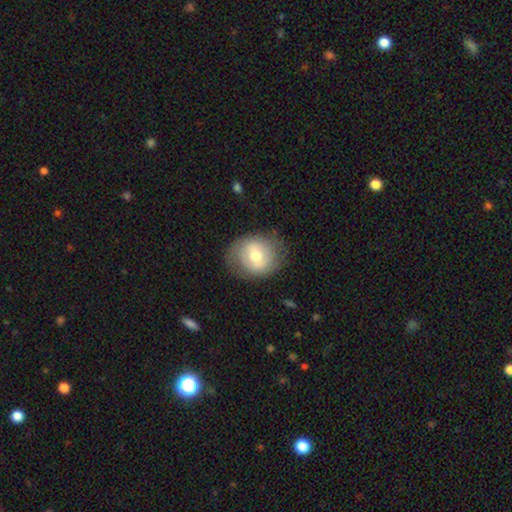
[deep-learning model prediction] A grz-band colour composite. It shows a smooth galaxy with no disk features (47%). Merging: none (76%).